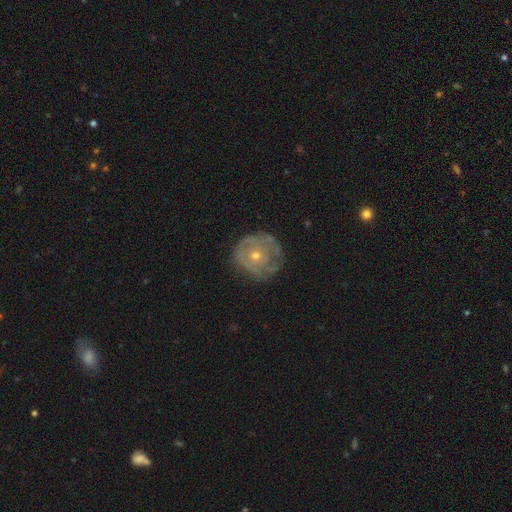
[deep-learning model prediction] Q: Smooth or featured?
A: featured or disk (65%); runner-up: smooth (27%)
Q: Edge-on disk?
A: no (96%); runner-up: yes (4%)
Q: Bar?
A: no (88%); runner-up: weak (10%)
Q: Spiral arms?
A: yes (54%); runner-up: no (46%)
Q: Bulge size?
A: small (57%); runner-up: moderate (40%)
Q: Merging?
A: none (67%); runner-up: minor disturbance (21%)